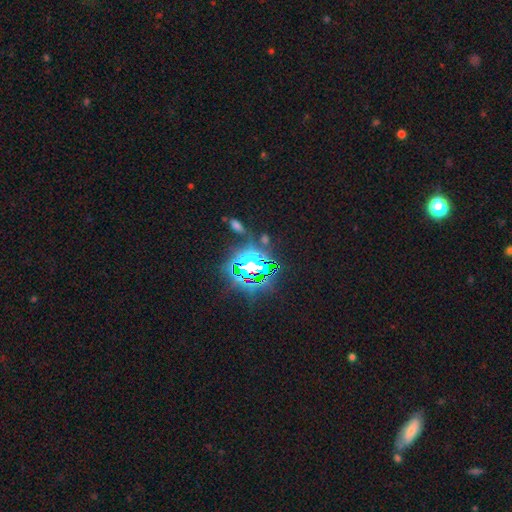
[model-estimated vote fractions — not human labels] smooth-or-featured: star or artifact: 83% | smooth: 10% | featured or disk: 7%